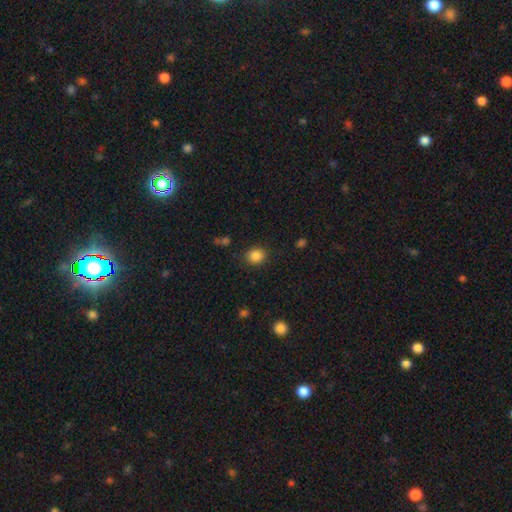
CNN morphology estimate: type=smooth (86%); roundness=round (70%); merging=none (85%).